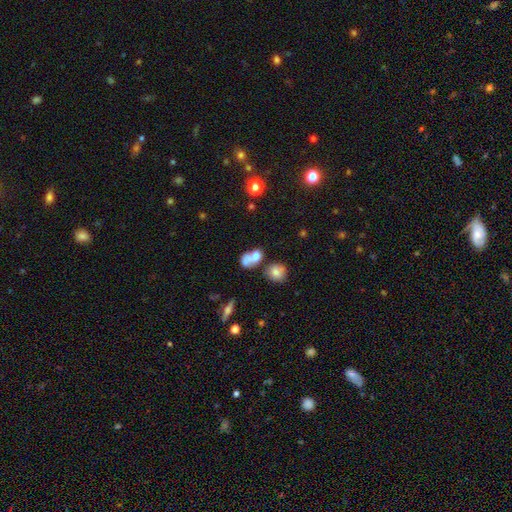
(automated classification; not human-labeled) Smooth or featured?
  - smooth: 67% *
  - featured or disk: 19%
  - star or artifact: 14%
How rounded?
  - in between: 49% * (tied)
  - round: 49% * (tied)
  - cigar-shaped: 2%
Merging?
  - merger: 47% *
  - none: 33%
  - minor disturbance: 11%
  - major disturbance: 9%